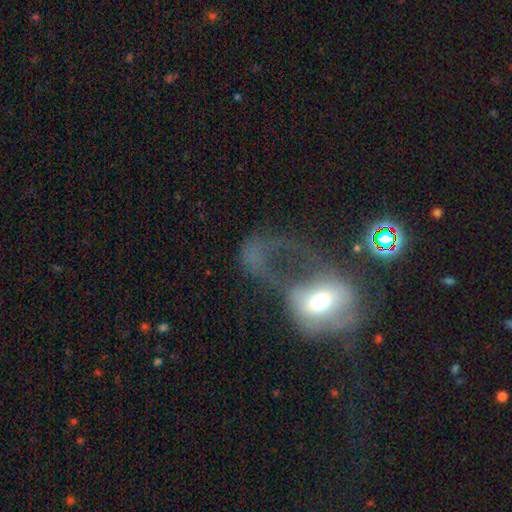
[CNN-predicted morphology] The model was most divided on "smooth or featured": smooth: 43%, featured or disk: 41%, star or artifact: 16%. More confident: merging — major disturbance (59%).